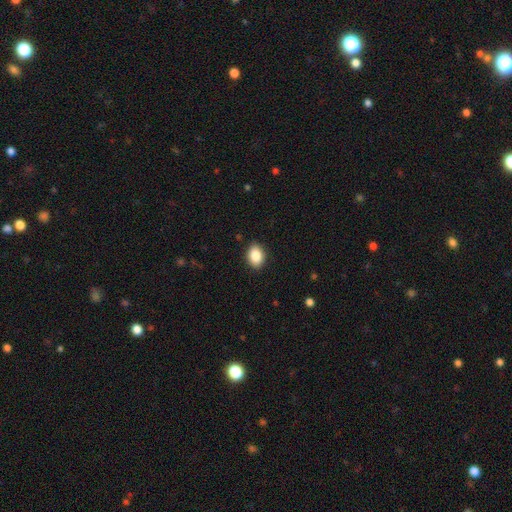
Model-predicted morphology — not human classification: Smooth or featured? Predicted: smooth (p=0.87). How rounded? Predicted: in between (p=0.78). Merging? Predicted: none (p=0.89).